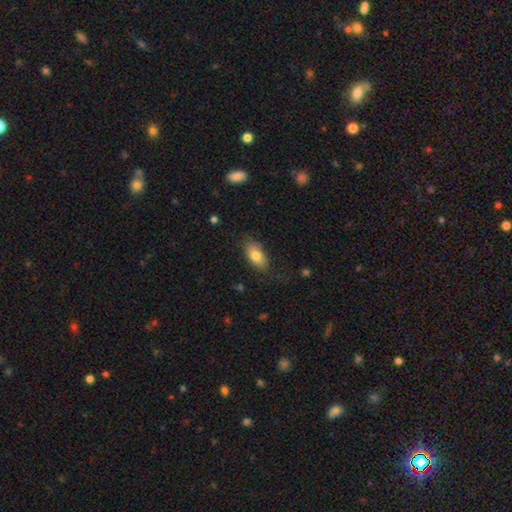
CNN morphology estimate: smooth_or_featured: smooth (p=0.79) [alt: featured or disk p=0.14]
how_rounded: in between (p=0.89) [alt: round p=0.05]
merging: none (p=0.75) [alt: minor disturbance p=0.19]